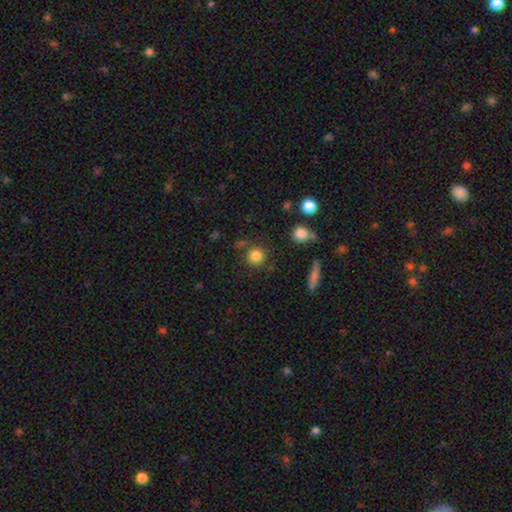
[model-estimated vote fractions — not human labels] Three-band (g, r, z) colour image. It shows a smooth galaxy with no disk features (83%) that is round (93%). Merging: none (82%).